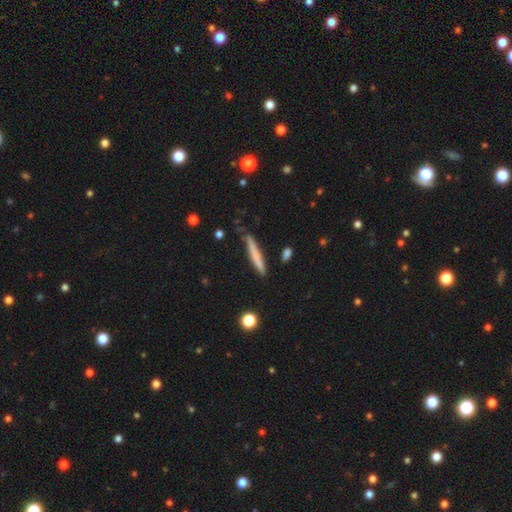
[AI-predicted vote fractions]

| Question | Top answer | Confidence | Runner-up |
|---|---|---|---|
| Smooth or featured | smooth | 70% | featured or disk (24%) |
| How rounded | cigar-shaped | 95% | in between (3%) |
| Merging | none | 78% | minor disturbance (16%) |